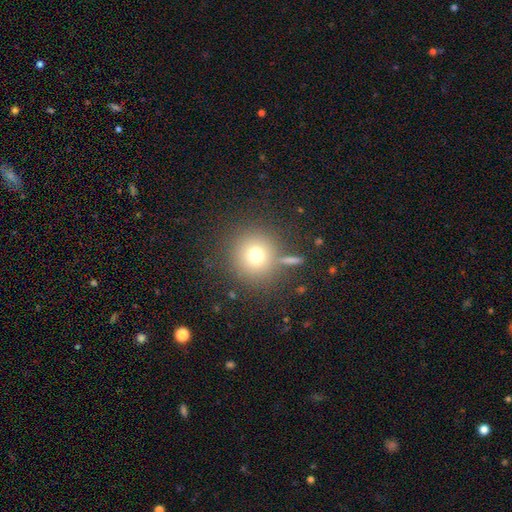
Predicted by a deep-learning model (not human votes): This is likely a smooth galaxy (73%). How rounded: clearly round (94%). Merging: likely none (80%).